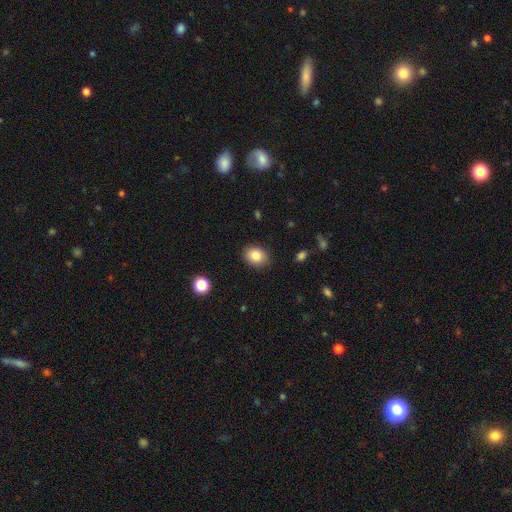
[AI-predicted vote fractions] smooth_or_featured: smooth (p=0.83) [alt: star or artifact p=0.09]
how_rounded: in between (p=0.55) [alt: round p=0.44]
merging: none (p=0.86) [alt: minor disturbance p=0.11]